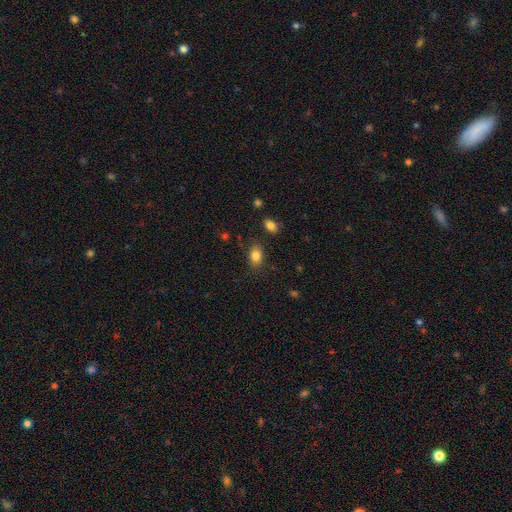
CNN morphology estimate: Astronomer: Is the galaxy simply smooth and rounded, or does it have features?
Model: smooth — 85%.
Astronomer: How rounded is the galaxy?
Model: in between — 78%.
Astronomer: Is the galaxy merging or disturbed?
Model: none — 81%.